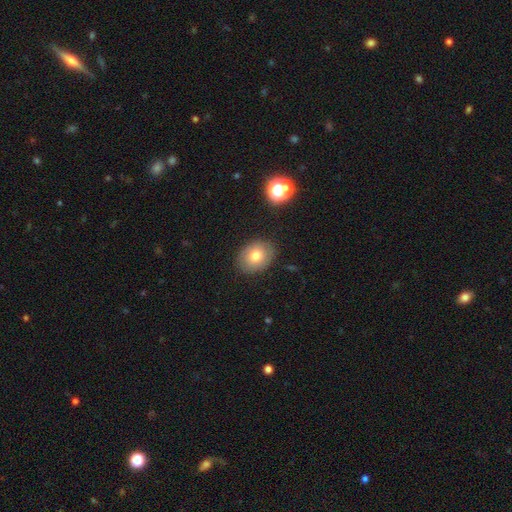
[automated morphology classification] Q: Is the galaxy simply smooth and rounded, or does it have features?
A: smooth — 75%.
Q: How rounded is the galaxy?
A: in between — 56%.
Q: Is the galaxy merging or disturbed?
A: none — 85%.